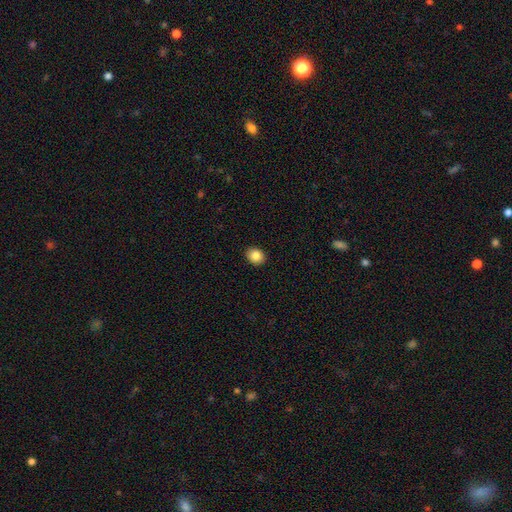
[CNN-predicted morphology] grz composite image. It shows a smooth galaxy with no disk features (85%) that is round (63%). Merging: none (91%).